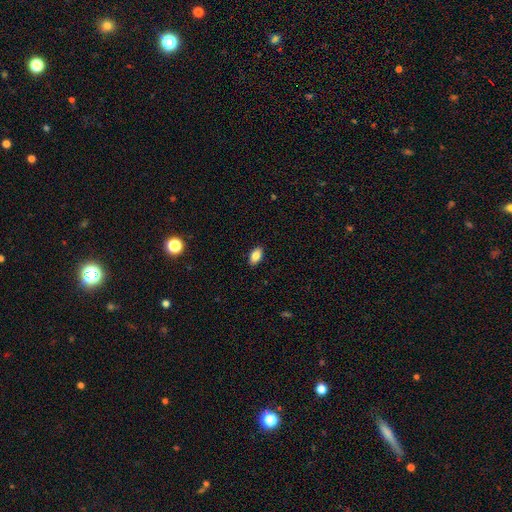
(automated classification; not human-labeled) Q: Smooth or featured?
A: smooth (84%); runner-up: star or artifact (8%)
Q: How rounded?
A: in between (92%); runner-up: round (5%)
Q: Merging?
A: none (89%); runner-up: minor disturbance (8%)